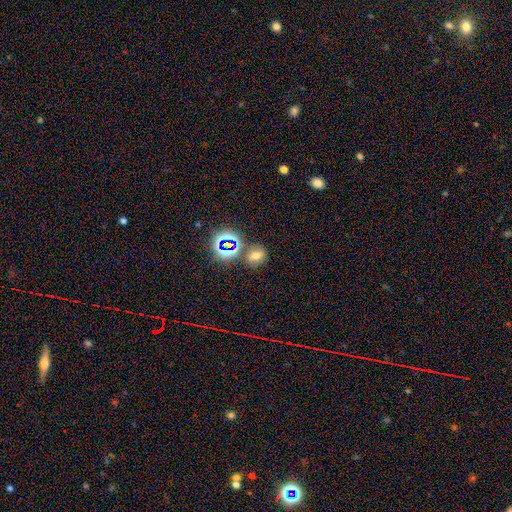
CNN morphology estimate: This appears to be a smooth galaxy with no disk features (57%) that is round (58%). Merging: none (73%).